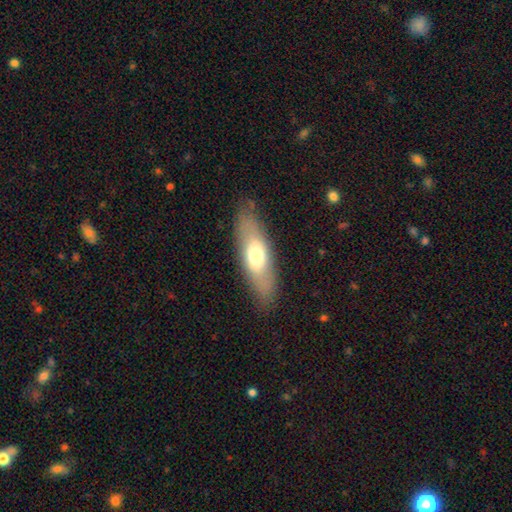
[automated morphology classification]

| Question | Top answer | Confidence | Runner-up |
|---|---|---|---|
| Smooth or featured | smooth | 61% | featured or disk (33%) |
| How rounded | in between | 58% | cigar-shaped (39%) |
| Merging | none | 84% | minor disturbance (12%) |